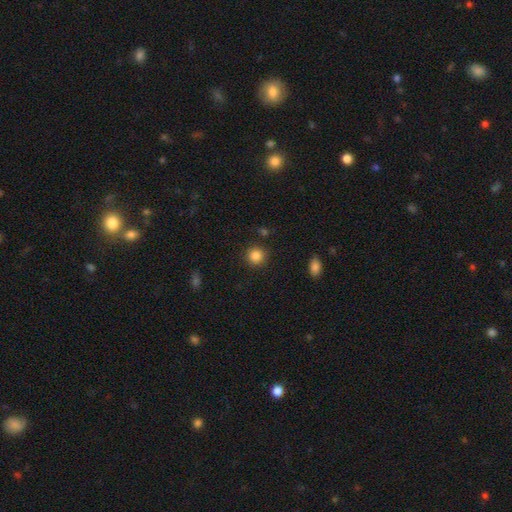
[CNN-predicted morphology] type=smooth (85%); roundness=round (92%); merging=none (89%).